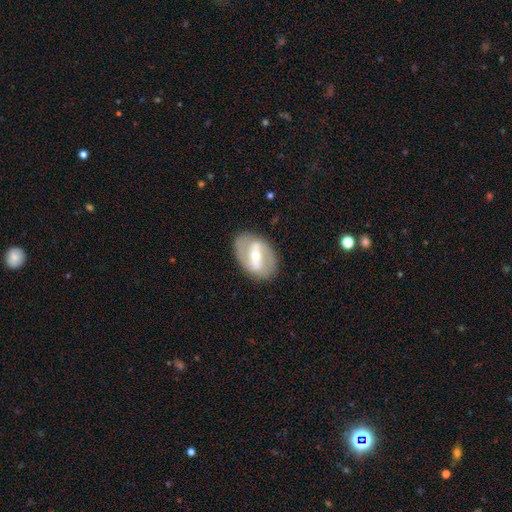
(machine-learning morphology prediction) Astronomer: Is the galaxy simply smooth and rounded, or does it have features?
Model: featured or disk — 77%.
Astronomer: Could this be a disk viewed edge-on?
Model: no — 94%.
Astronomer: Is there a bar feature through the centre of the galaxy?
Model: strong — 57%.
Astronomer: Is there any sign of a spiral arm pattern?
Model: yes — 64%.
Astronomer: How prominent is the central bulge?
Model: moderate — 61%.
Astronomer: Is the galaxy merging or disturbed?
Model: none — 82%.